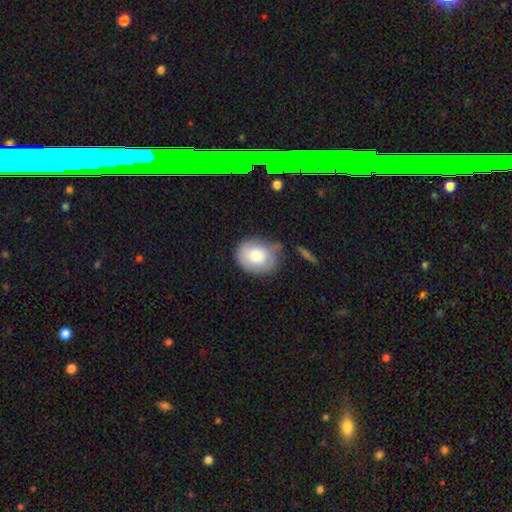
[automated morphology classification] This appears to be a smooth galaxy with no disk features (76%) that is in between round and cigar-shaped (50%). Merging: none (52%).